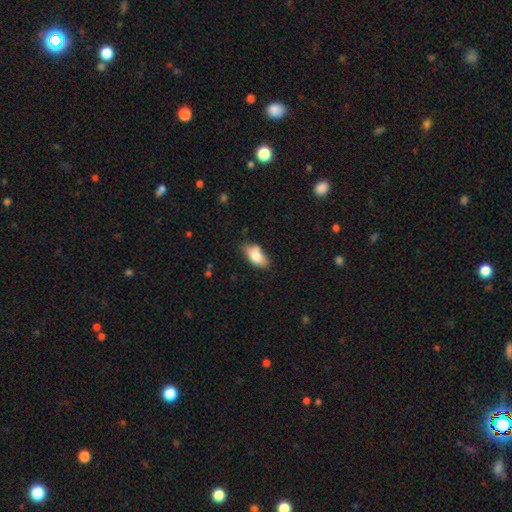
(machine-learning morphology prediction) Smooth or featured? smooth (78%)
How rounded? in between (90%)
Merging? none (66%)